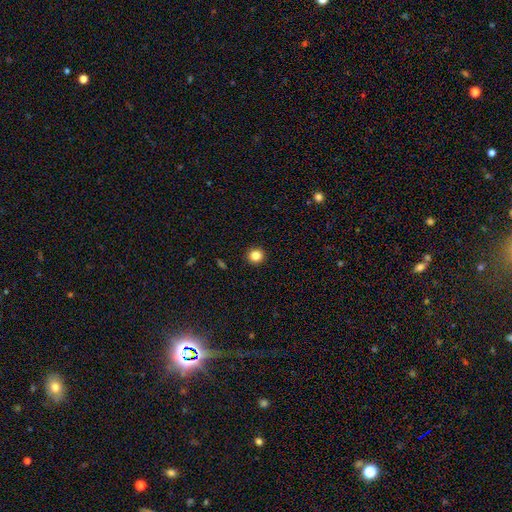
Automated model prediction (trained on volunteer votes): Smooth or featured: smooth — 84% (star or artifact — 11%)
How rounded: round — 94% (in between — 5%)
Merging: none — 93% (minor disturbance — 4%)